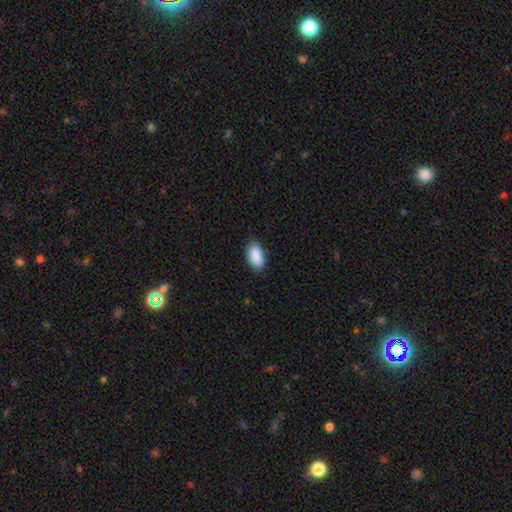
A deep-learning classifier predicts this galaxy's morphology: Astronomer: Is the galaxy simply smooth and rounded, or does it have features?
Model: smooth — 91%.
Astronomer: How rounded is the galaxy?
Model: in between — 95%.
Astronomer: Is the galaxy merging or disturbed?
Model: none — 87%.